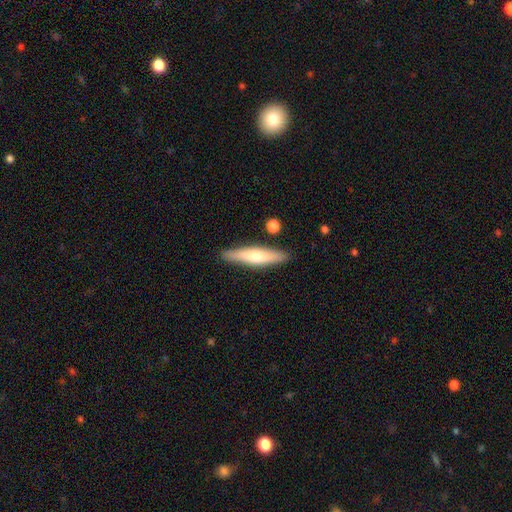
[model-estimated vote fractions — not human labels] This is possibly a smooth galaxy (56%). How rounded: clearly cigar-shaped (81%). Merging: clearly none (87%).